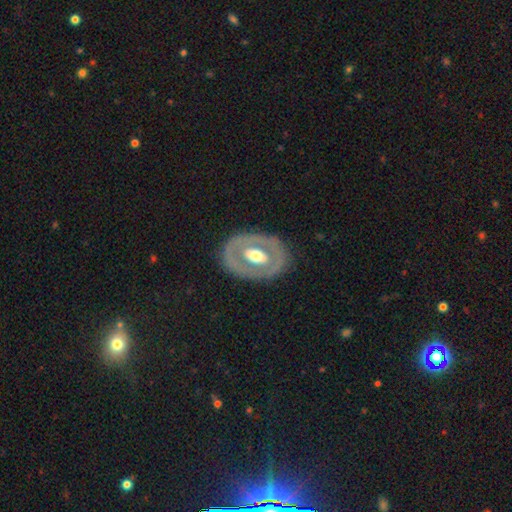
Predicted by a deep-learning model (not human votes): Smooth or featured?
  - featured or disk: 62% *
  - smooth: 33%
  - star or artifact: 5%
Edge-on disk?
  - no: 93% *
  - yes: 7%
Bar?
  - no: 71% *
  - weak: 19%
  - strong: 10%
Spiral arms?
  - no: 87% *
  - yes: 13%
Bulge size?
  - moderate: 63% *
  - large: 26%
  - small: 7%
  - dominant: 2%
  - none: 1%
Merging?
  - none: 80% *
  - minor disturbance: 13%
  - major disturbance: 6%
  - merger: 1%